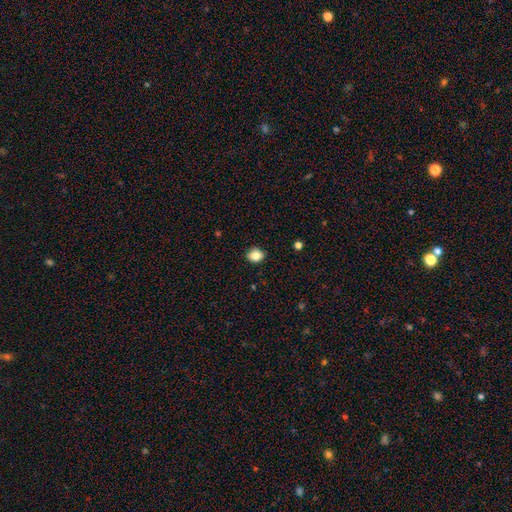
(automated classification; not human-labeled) Smooth or featured?
  - smooth: 84% *
  - star or artifact: 10%
  - featured or disk: 6%
How rounded?
  - round: 60% *
  - in between: 39%
  - cigar-shaped: 1%
Merging?
  - none: 87% *
  - minor disturbance: 10%
  - major disturbance: 2%
  - merger: 1%